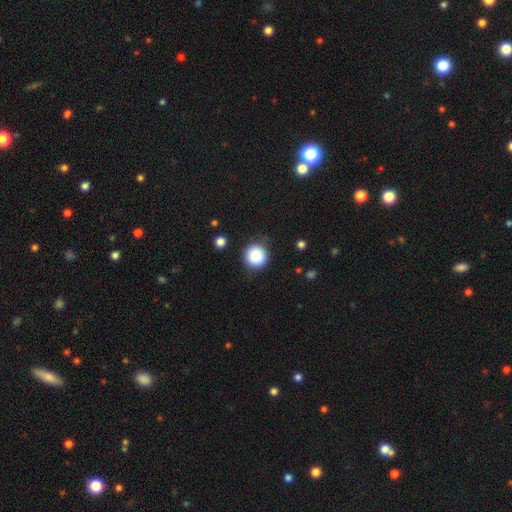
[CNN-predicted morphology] Overall: smooth (87%). How rounded: round (95%). Merging: none (86%).